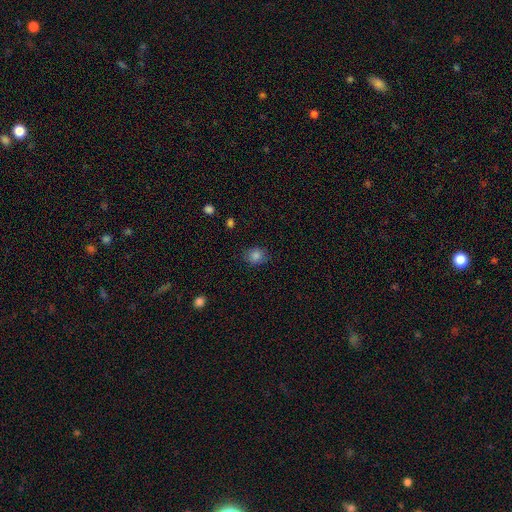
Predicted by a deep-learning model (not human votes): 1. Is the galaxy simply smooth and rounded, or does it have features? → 84% smooth, 11% star or artifact, 5% featured or disk.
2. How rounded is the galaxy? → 62% round, 37% in between, 1% cigar-shaped.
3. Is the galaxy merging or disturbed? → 82% none, 14% minor disturbance, 4% major disturbance, 1% merger.